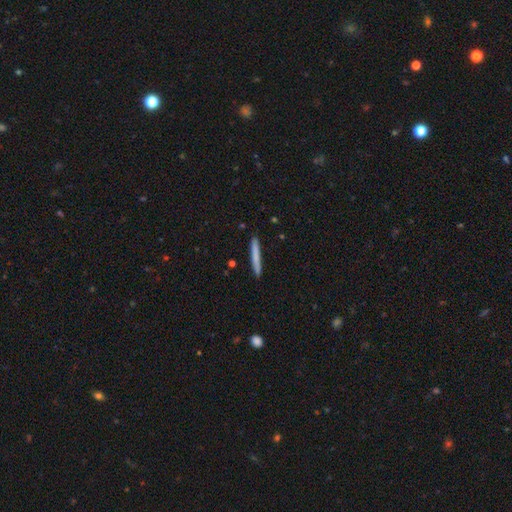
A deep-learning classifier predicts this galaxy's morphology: type=smooth (74%); roundness=cigar-shaped (97%); merging=none (91%).